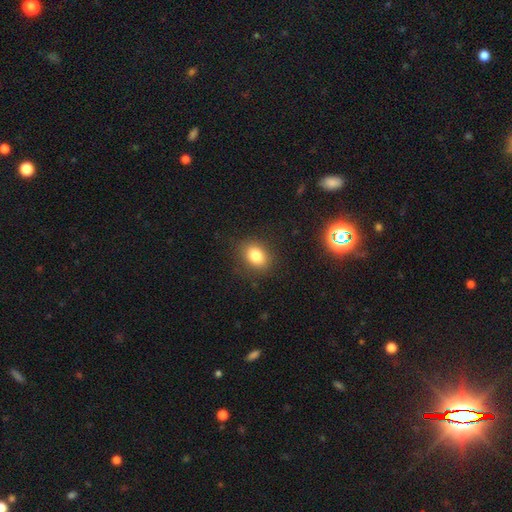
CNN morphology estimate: Smooth or featured? Predicted: smooth (p=0.82). How rounded? Predicted: in between (p=0.65). Merging? Predicted: none (p=0.85).